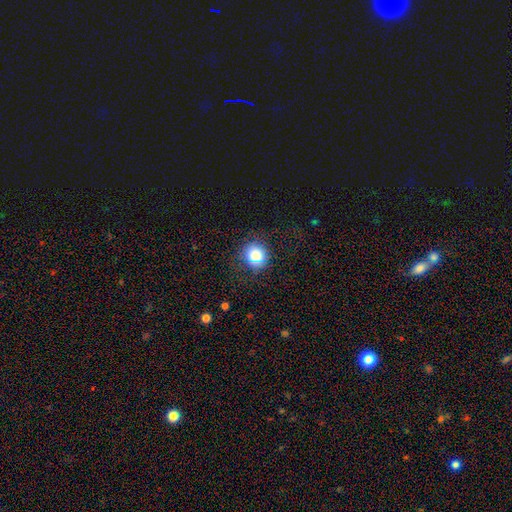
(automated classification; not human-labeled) This is clearly a smooth galaxy (80%). How rounded: clearly round (86%). Merging: likely none (79%).